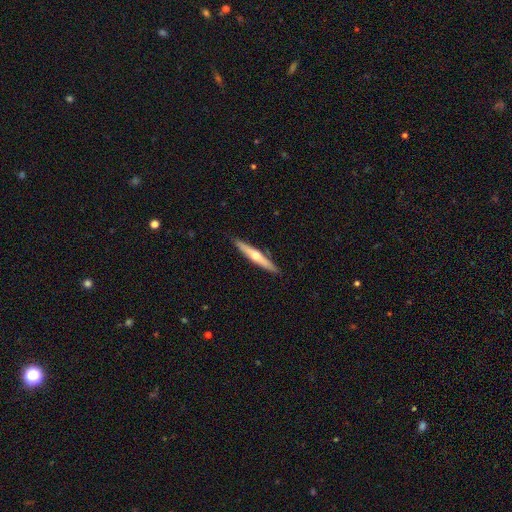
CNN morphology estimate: Smooth or featured?
  - featured or disk: 58% *
  - smooth: 37%
  - star or artifact: 5%
Edge-on disk?
  - yes: 95% *
  - no: 5%
Edge-on bulge?
  - rounded: 87% *
  - none: 10%
  - boxy: 3%
Merging?
  - none: 90% *
  - minor disturbance: 7%
  - merger: 2%
  - major disturbance: 1%